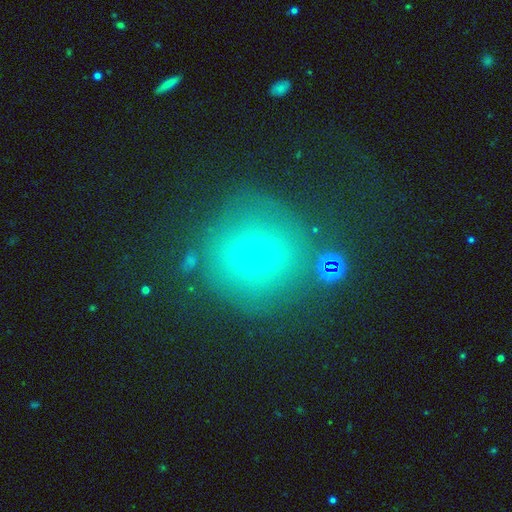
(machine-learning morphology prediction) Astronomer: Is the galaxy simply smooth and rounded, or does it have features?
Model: smooth — 56%.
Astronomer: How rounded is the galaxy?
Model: round — 92%.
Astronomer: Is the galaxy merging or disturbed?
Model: none — 71%.